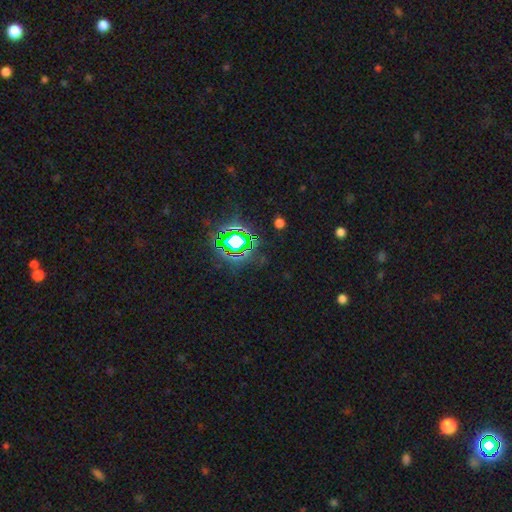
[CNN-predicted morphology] type=star or artifact (81%).